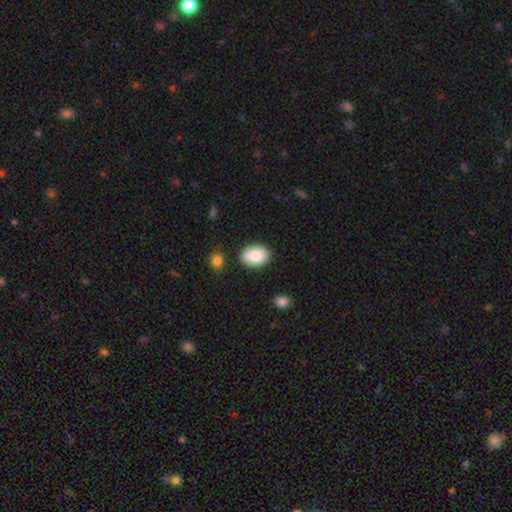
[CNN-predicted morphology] Smooth or featured?
  - smooth: 84% *
  - featured or disk: 9%
  - star or artifact: 7%
How rounded?
  - in between: 80% *
  - round: 19%
  - cigar-shaped: 1%
Merging?
  - none: 82% *
  - minor disturbance: 12%
  - merger: 3%
  - major disturbance: 3%